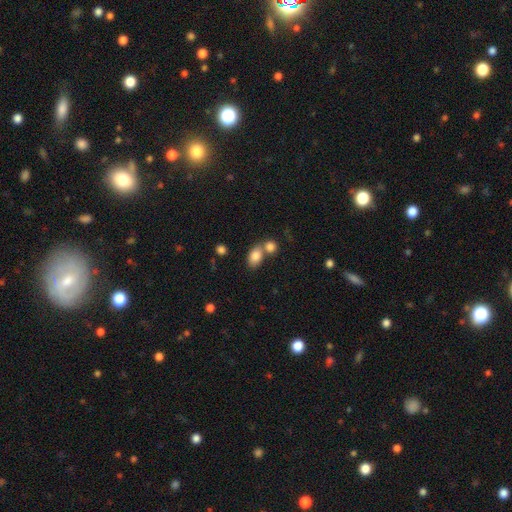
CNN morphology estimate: Smooth or featured? smooth (83%)
How rounded? in between (78%)
Merging? merger (44%)